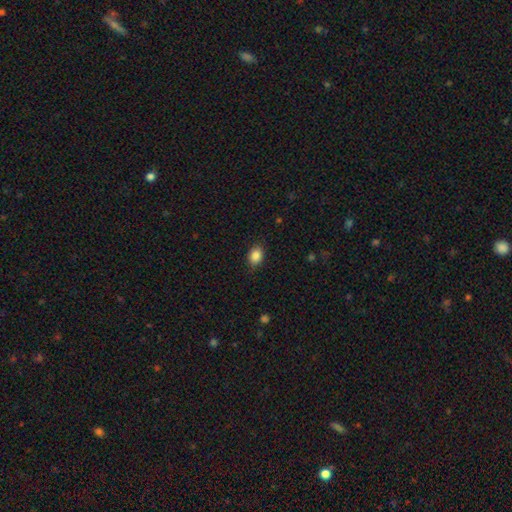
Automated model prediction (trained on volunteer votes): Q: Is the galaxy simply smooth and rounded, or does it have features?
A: smooth — 87%.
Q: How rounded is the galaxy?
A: in between — 66%.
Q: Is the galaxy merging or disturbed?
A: none — 85%.